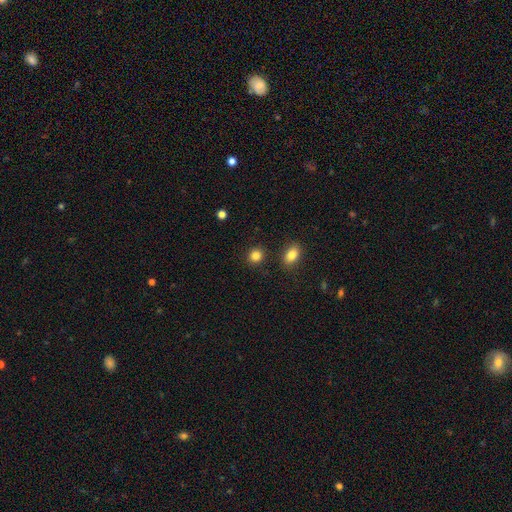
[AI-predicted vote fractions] smooth_or_featured: smooth (p=0.85) [alt: star or artifact p=0.11]
how_rounded: round (p=0.82) [alt: in between p=0.17]
merging: none (p=0.88) [alt: minor disturbance p=0.07]